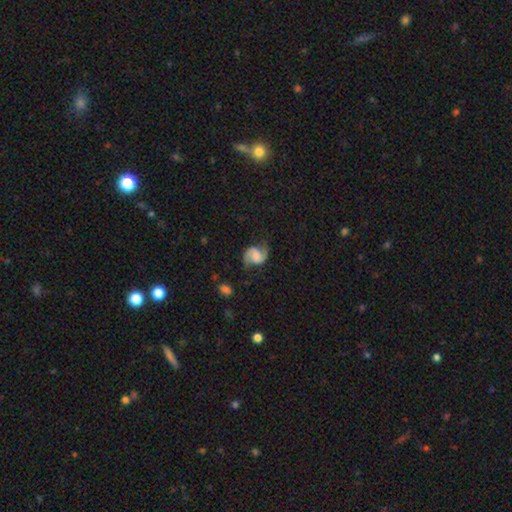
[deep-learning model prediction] featured or disk 79%, smooth 14%, star or artifact 7%. Down the decision tree: edge-on disk — no (98%); bar — no (53%); spiral arms — yes (96%); spiral arm count — 2 (92%); spiral winding — medium (48%); bulge size — moderate (29%); merging — none (74%).